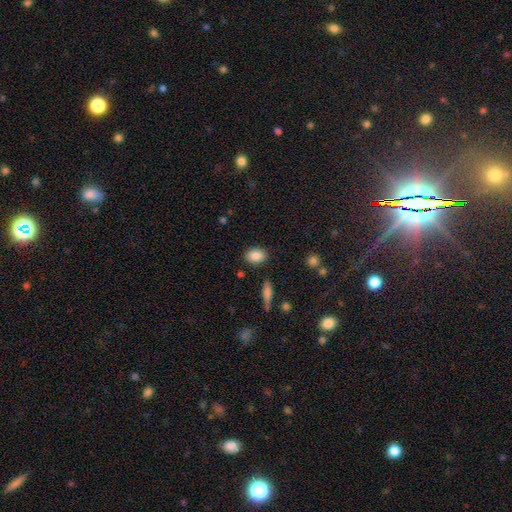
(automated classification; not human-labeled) A smooth galaxy with no disk features (86%) that is in between round and cigar-shaped (71%).

Vote fractions:
- Smooth or featured? smooth: 86% / star or artifact: 8% / featured or disk: 6%
- How rounded? in between: 71% / round: 27% / cigar-shaped: 2%
- Merging? none: 85% / minor disturbance: 9% / major disturbance: 3% / merger: 3%